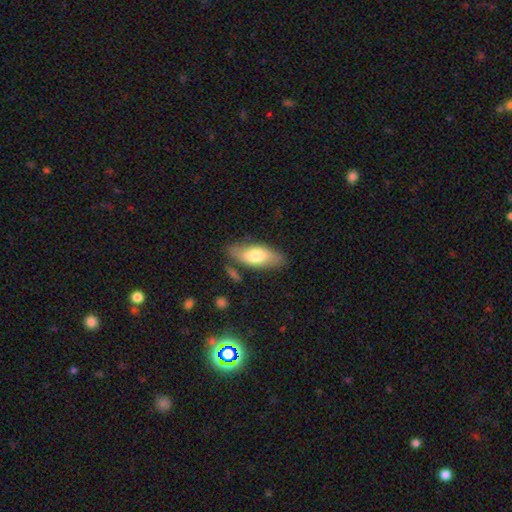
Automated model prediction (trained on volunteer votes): smooth 70%, featured or disk 24%, star or artifact 6%. Down the decision tree: how rounded — in between (78%); merging — none (75%).